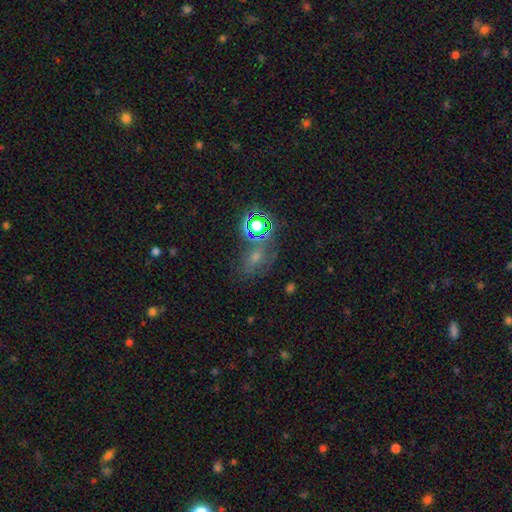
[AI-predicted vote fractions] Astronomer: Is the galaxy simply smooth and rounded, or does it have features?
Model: smooth — 42% (runner-up: star or artifact, 41%).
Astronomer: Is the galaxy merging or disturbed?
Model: none — 59%.